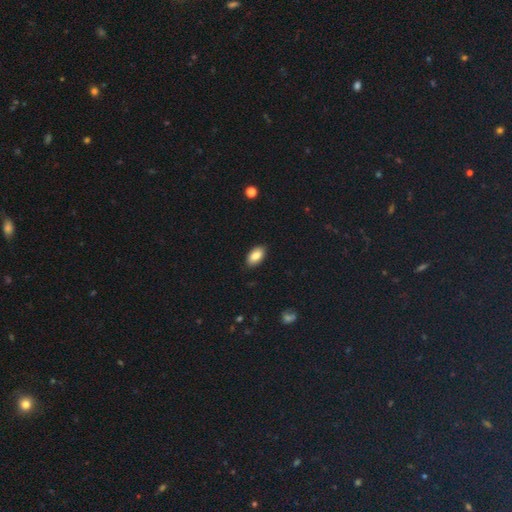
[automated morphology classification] A smooth galaxy with no disk features (85%) that is in between round and cigar-shaped (94%). Merging: none (87%).